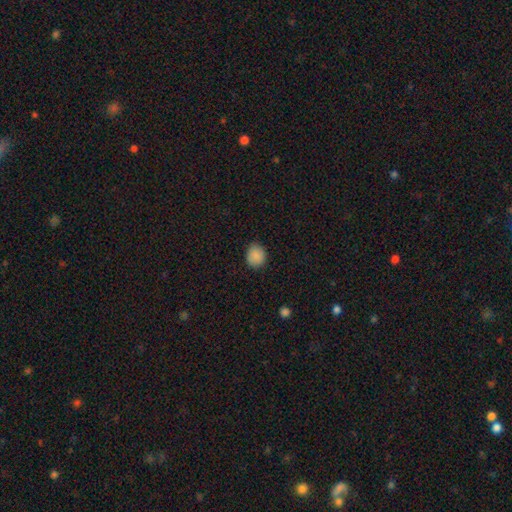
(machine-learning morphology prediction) smooth-or-featured: smooth: 88% | star or artifact: 9% | featured or disk: 3%
  how-rounded: round: 71% | in between: 28% | cigar-shaped: 1%
  merging: none: 84% | minor disturbance: 12% | major disturbance: 3% | merger: 1%